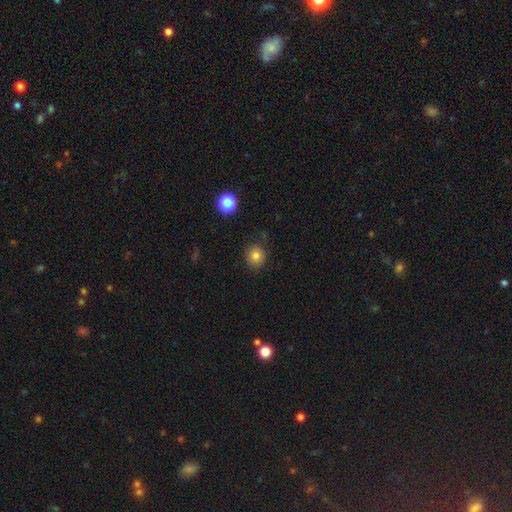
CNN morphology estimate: The model was most divided on "smooth or featured": smooth: 80%, star or artifact: 13%, featured or disk: 7%. More confident: how rounded — round (86%); merging — none (85%).